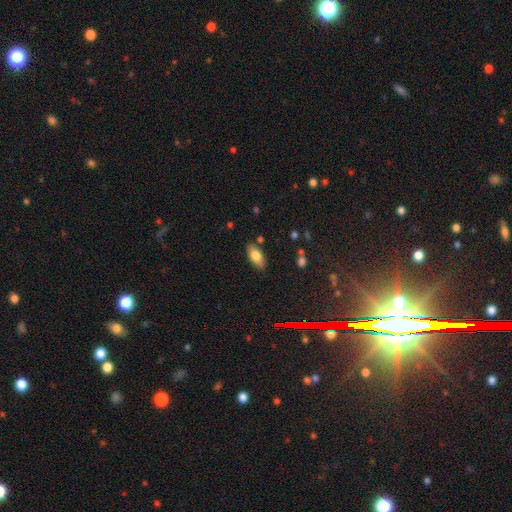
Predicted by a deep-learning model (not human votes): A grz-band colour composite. It shows a smooth galaxy with no disk features (78%) that is in between round and cigar-shaped (90%). Merging: none (82%).